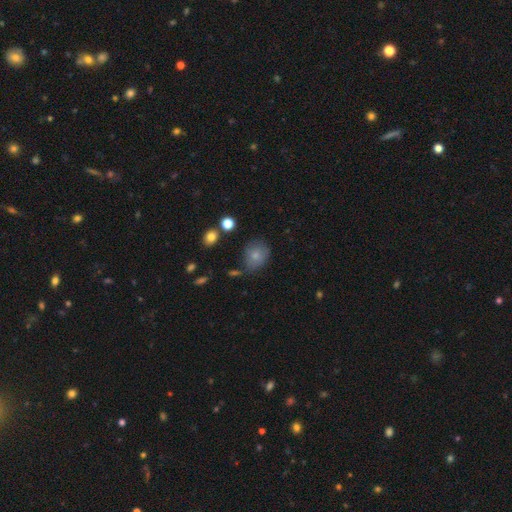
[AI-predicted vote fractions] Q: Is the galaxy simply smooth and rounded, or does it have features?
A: smooth — 78%.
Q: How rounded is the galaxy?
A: round — 63%.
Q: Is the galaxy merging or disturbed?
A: none — 63%.